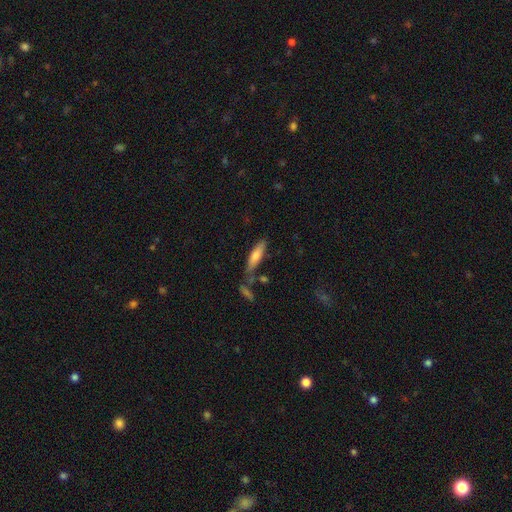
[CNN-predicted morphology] The model was most divided on "how rounded": cigar-shaped: 68%, in between: 31%, round: 2%. More confident: merging — none (70%); smooth or featured — smooth (70%).